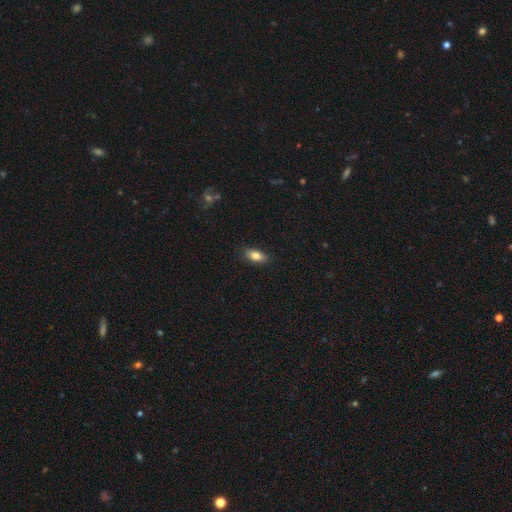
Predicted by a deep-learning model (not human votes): A smooth galaxy with no disk features (81%) that is in between round and cigar-shaped (86%).

Vote fractions:
- Smooth or featured? smooth: 81% / featured or disk: 11% / star or artifact: 8%
- How rounded? in between: 86% / cigar-shaped: 9% / round: 5%
- Merging? none: 86% / minor disturbance: 10% / major disturbance: 2% / merger: 1%